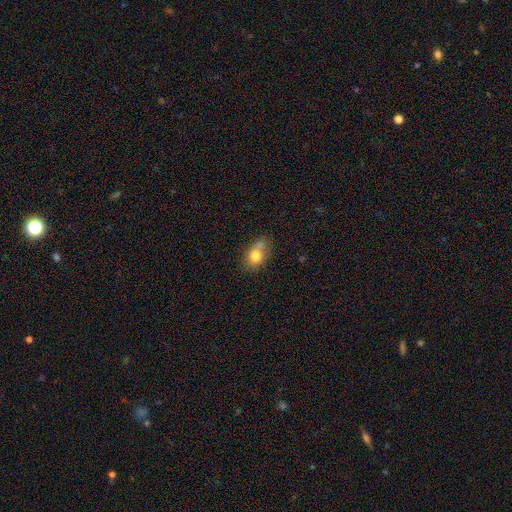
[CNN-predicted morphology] smooth_or_featured: smooth (p=0.77) [alt: featured or disk p=0.14]
how_rounded: in between (p=0.67) [alt: round p=0.32]
merging: none (p=0.49) [alt: minor disturbance p=0.23]